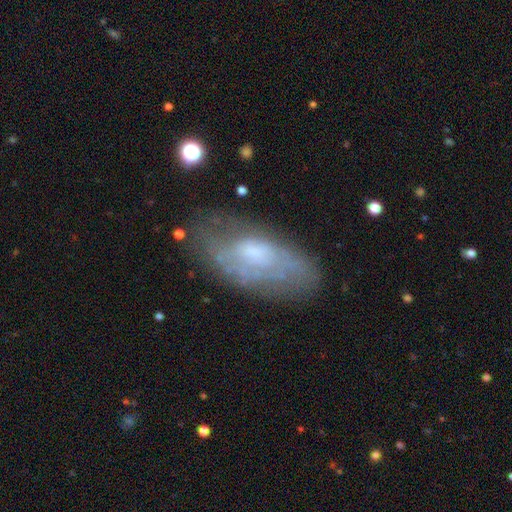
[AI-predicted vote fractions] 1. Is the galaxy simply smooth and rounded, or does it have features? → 49% featured or disk, 43% smooth, 8% star or artifact.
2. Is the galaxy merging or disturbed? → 62% none, 24% minor disturbance, 11% major disturbance, 3% merger.